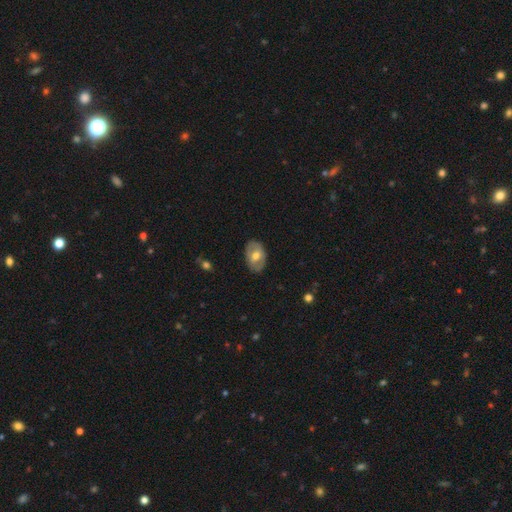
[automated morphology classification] Smooth or featured?
  - smooth: 48% *
  - featured or disk: 46%
  - star or artifact: 6%
Merging?
  - none: 82% *
  - minor disturbance: 14%
  - major disturbance: 3%
  - merger: 1%